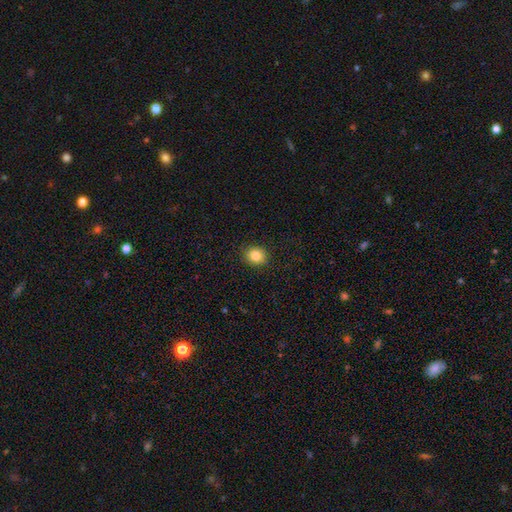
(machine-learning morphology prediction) Smooth or featured: smooth — 84% (star or artifact — 10%)
How rounded: round — 75% (in between — 24%)
Merging: none — 90% (minor disturbance — 7%)